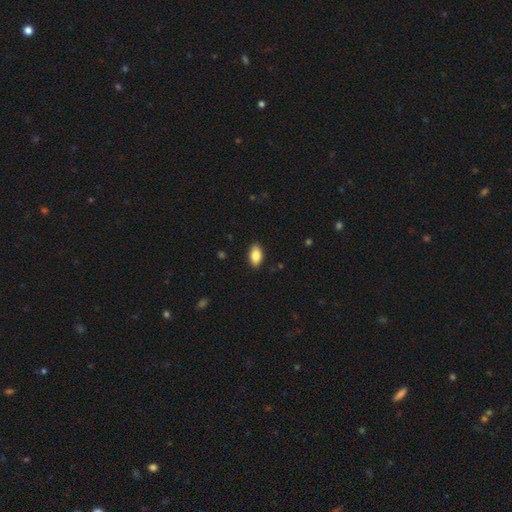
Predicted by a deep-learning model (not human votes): Overall: smooth (84%). How rounded: in between (92%). Merging: none (89%).